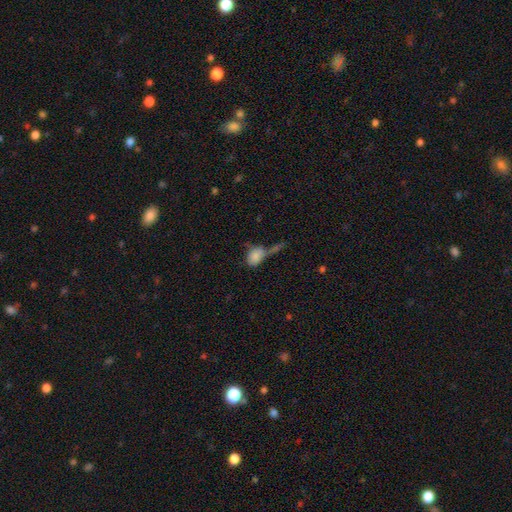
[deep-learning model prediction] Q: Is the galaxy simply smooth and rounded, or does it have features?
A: smooth — 79%.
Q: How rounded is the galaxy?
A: in between — 70%.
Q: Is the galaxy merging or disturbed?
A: merger — 38%.